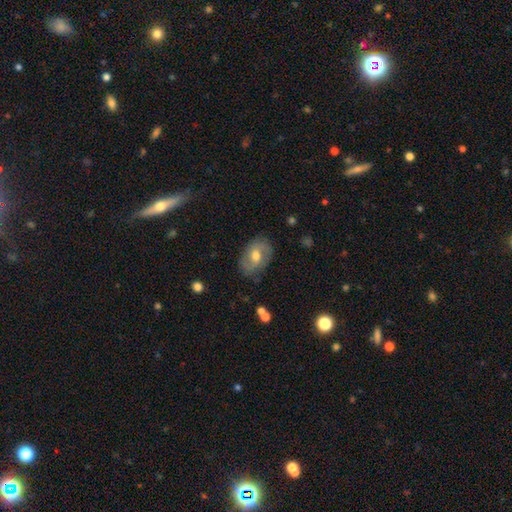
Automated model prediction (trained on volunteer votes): Smooth or featured? featured or disk (47%)
Merging? none (77%)